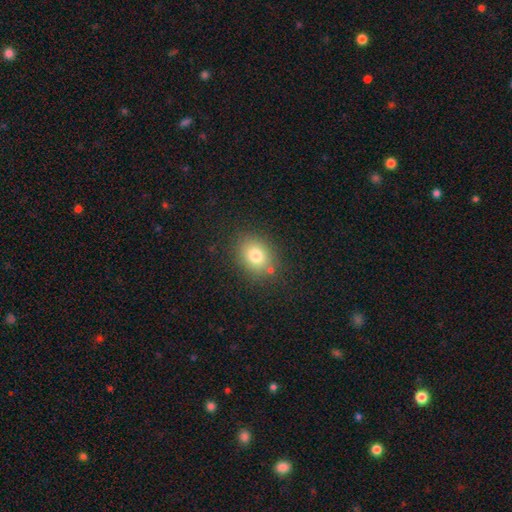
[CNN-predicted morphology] This is likely a smooth galaxy (78%). How rounded: possibly in between (51%). Merging: clearly none (82%).